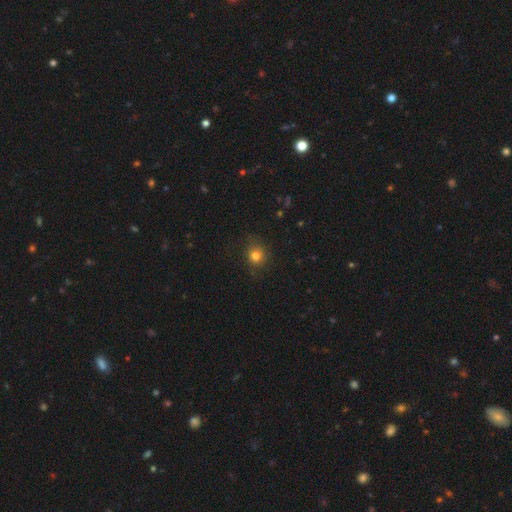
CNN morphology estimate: Smooth or featured: smooth — 78% (star or artifact — 15%)
How rounded: round — 82% (in between — 17%)
Merging: none — 80% (minor disturbance — 14%)